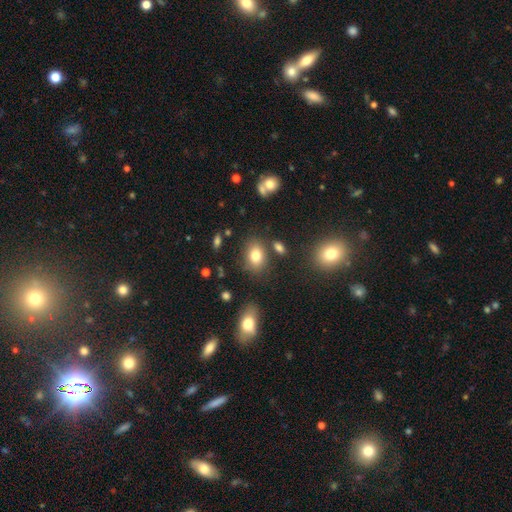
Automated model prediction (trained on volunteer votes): Smooth or featured: smooth — 79% (star or artifact — 11%)
How rounded: in between — 71% (round — 27%)
Merging: none — 75% (minor disturbance — 14%)